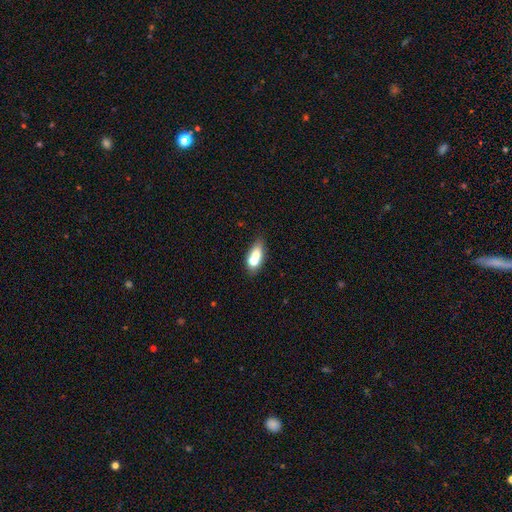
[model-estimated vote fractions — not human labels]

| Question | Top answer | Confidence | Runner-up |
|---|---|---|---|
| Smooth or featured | smooth | 65% | featured or disk (26%) |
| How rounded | in between | 74% | round (15%) |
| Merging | merger | 42% | none (41%) |